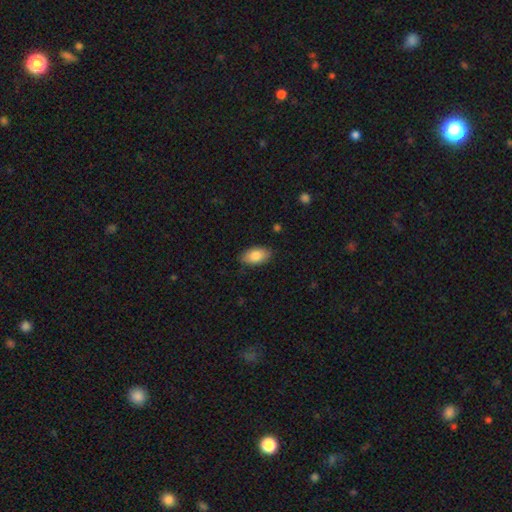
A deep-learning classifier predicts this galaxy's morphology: A smooth galaxy with no disk features (82%) that is in between round and cigar-shaped (93%). Merging: none (85%).